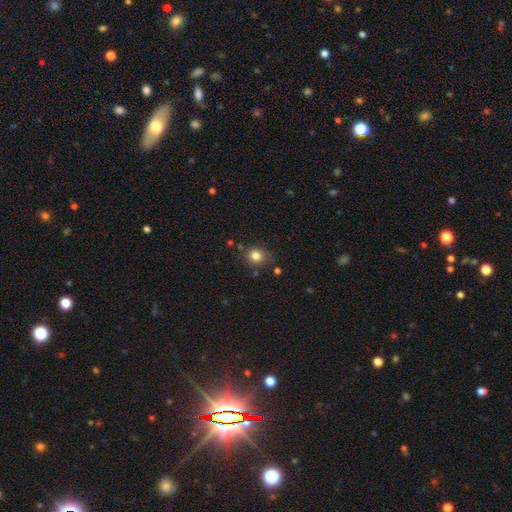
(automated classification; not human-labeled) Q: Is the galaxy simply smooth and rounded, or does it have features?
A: smooth — 82%.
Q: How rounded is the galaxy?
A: round — 83%.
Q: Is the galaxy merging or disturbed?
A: none — 80%.